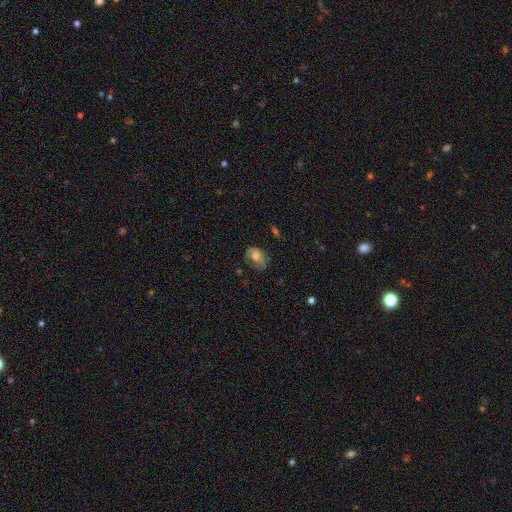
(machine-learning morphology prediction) Q: Smooth or featured?
A: smooth (52%); runner-up: featured or disk (39%)
Q: How rounded?
A: in between (65%); runner-up: round (34%)
Q: Merging?
A: none (52%); runner-up: minor disturbance (28%)